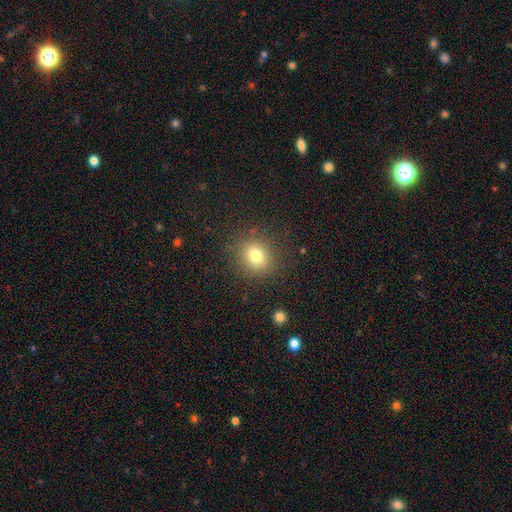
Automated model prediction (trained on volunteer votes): smooth_or_featured: smooth (p=0.78) [alt: star or artifact p=0.13]
how_rounded: round (p=0.75) [alt: in between p=0.25]
merging: none (p=0.86) [alt: minor disturbance p=0.09]